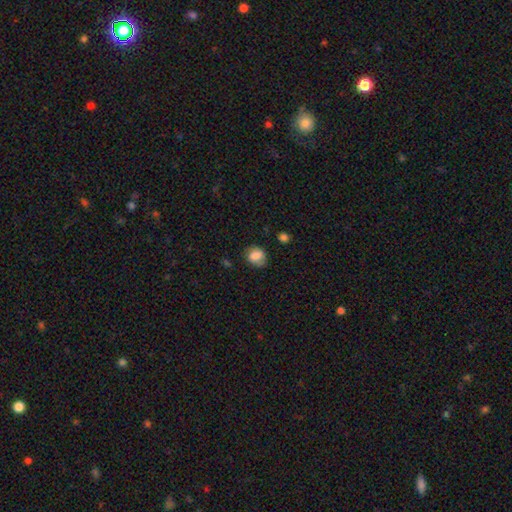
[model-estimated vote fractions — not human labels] Q: Smooth or featured?
A: smooth (79%); runner-up: featured or disk (12%)
Q: How rounded?
A: round (56%); runner-up: in between (43%)
Q: Merging?
A: none (68%); runner-up: minor disturbance (23%)